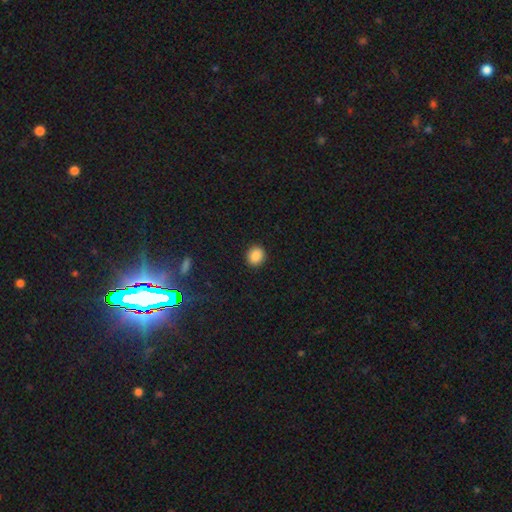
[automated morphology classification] The model was most divided on "how rounded": round: 70%, in between: 29%, cigar-shaped: 1%. More confident: merging — none (91%); smooth or featured — smooth (88%).